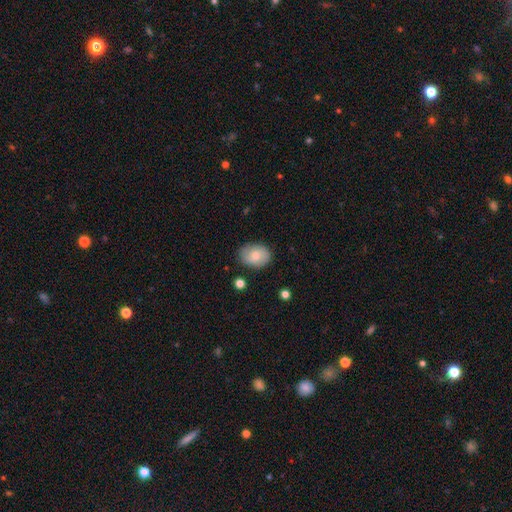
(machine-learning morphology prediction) This appears to be a smooth galaxy with no disk features (72%) that is in between round and cigar-shaped (67%). Merging: none (82%).